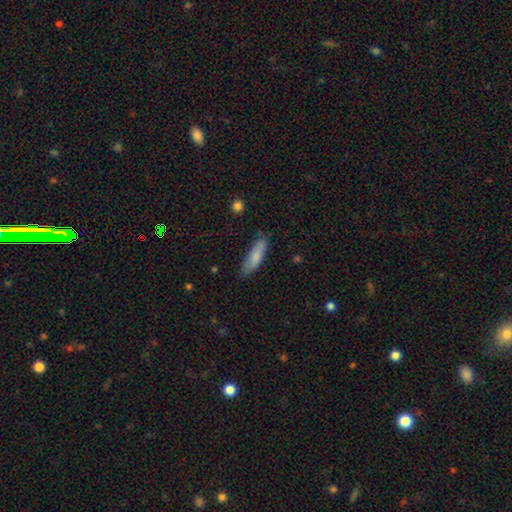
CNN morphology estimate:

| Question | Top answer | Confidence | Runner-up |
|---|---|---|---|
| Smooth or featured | smooth | 80% | featured or disk (14%) |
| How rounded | cigar-shaped | 59% | in between (40%) |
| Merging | none | 76% | minor disturbance (18%) |